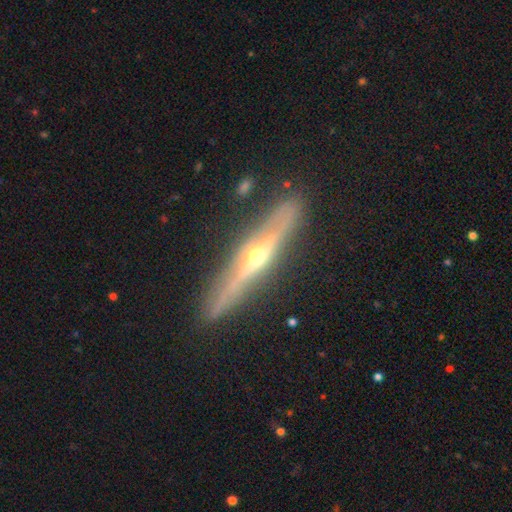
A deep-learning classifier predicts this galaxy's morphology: Overall: featured or disk (80%). Edge-on disk: yes (93%). Edge-on bulge: rounded (88%). Merging: none (86%).